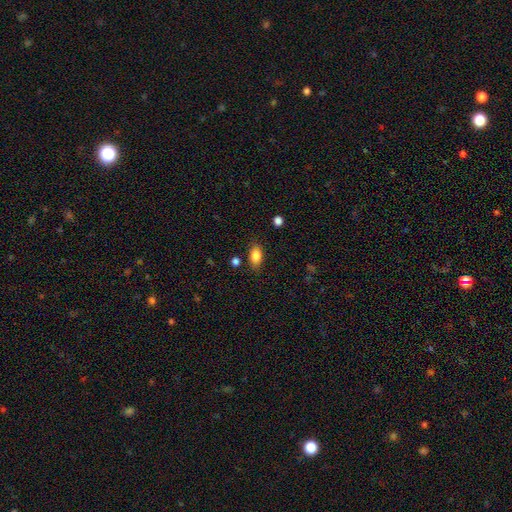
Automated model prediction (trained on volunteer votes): Smooth or featured?
  - smooth: 85% *
  - star or artifact: 8%
  - featured or disk: 7%
How rounded?
  - in between: 87% *
  - round: 9%
  - cigar-shaped: 4%
Merging?
  - none: 82% *
  - minor disturbance: 13%
  - major disturbance: 3%
  - merger: 2%